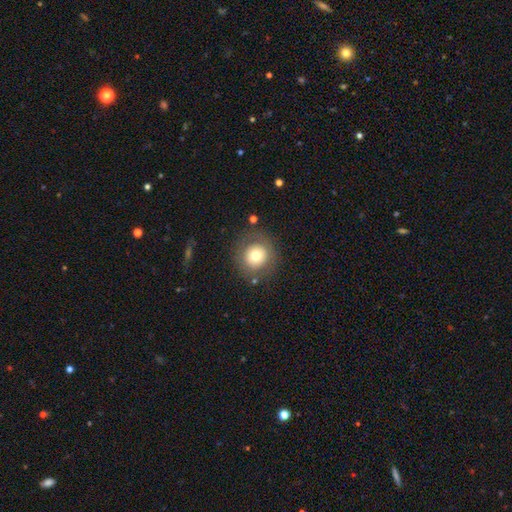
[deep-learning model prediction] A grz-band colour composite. It shows a smooth galaxy with no disk features (70%) that is round (93%). Merging: none (83%).